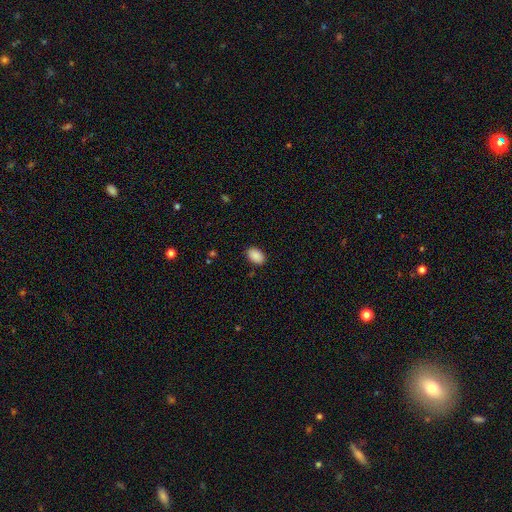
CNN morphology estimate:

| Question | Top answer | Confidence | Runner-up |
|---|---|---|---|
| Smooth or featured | smooth | 90% | star or artifact (7%) |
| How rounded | in between | 91% | round (8%) |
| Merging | none | 87% | minor disturbance (10%) |